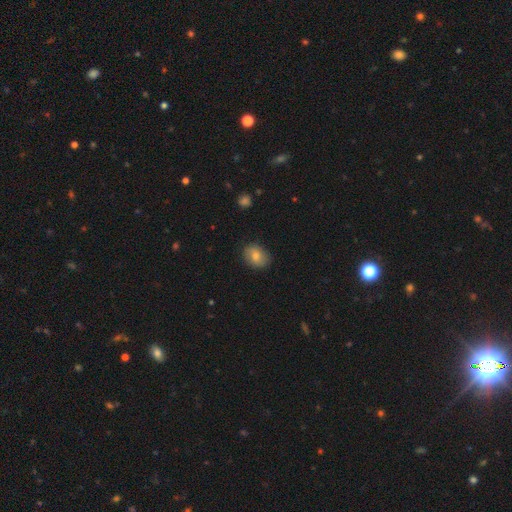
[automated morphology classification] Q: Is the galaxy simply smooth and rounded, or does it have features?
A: smooth — 75%.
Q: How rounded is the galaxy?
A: in between — 54%.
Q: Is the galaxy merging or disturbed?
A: none — 85%.